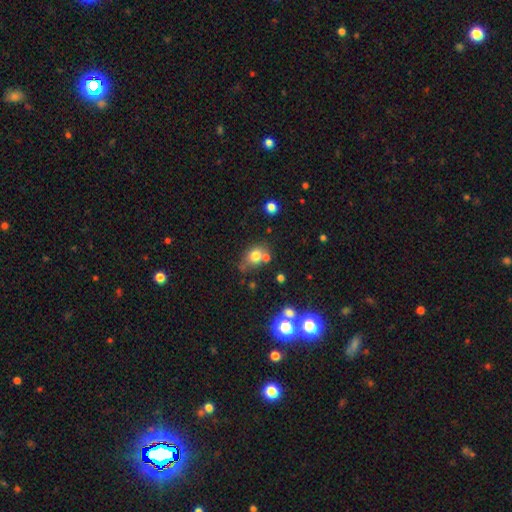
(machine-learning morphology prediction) smooth 74%, star or artifact 14%, featured or disk 11%. Down the decision tree: how rounded — round (60%); merging — none (56%).